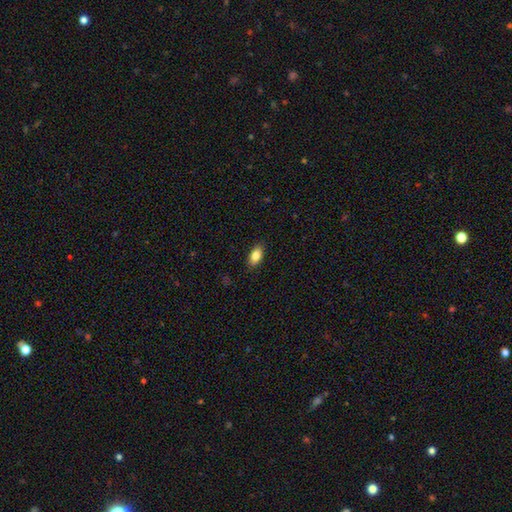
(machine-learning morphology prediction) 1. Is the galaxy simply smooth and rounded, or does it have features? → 82% smooth, 11% featured or disk, 8% star or artifact.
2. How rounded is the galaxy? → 89% in between, 6% round, 5% cigar-shaped.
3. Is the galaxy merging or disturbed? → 88% none, 9% minor disturbance, 2% major disturbance, 1% merger.